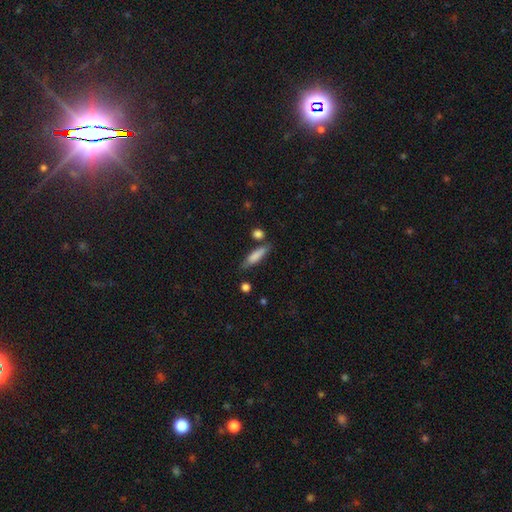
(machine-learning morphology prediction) Smooth or featured?
  - smooth: 79% *
  - featured or disk: 15%
  - star or artifact: 6%
How rounded?
  - cigar-shaped: 72% *
  - in between: 26%
  - round: 2%
Merging?
  - none: 73% *
  - minor disturbance: 16%
  - merger: 7%
  - major disturbance: 4%